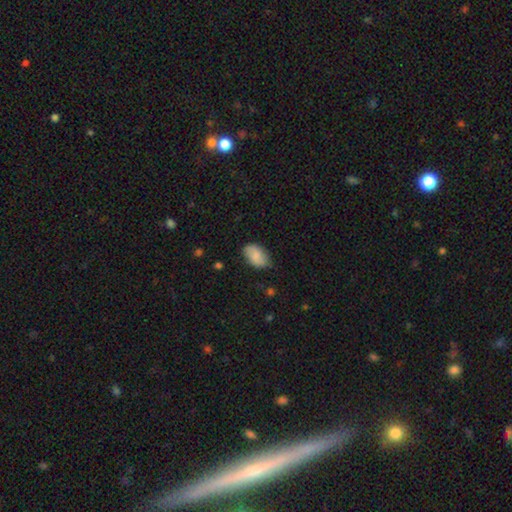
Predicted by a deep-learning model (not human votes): A smooth galaxy with no disk features (79%) that is in between round and cigar-shaped (91%). Merging: none (73%).